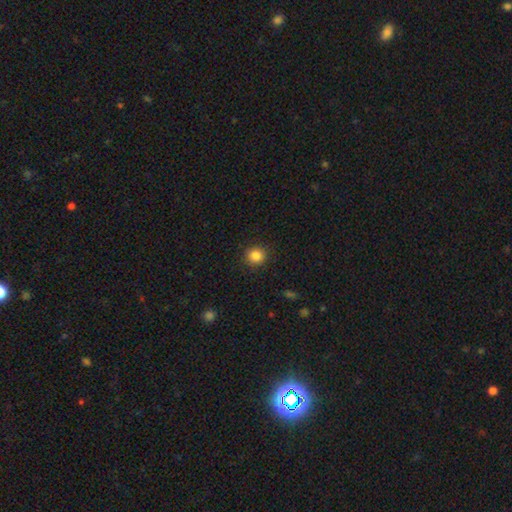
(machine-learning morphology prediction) smooth 86%, star or artifact 10%, featured or disk 4%. Down the decision tree: how rounded — round (90%); merging — none (90%).